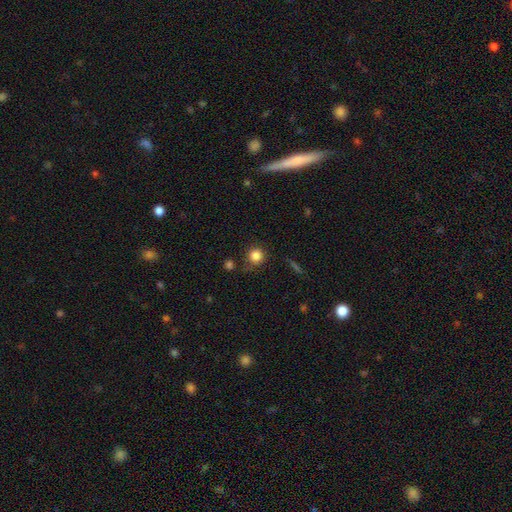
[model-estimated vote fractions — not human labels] The model was most divided on "merging": none: 74%, minor disturbance: 16%, major disturbance: 6%, merger: 5%. More confident: how rounded — round (92%); smooth or featured — smooth (84%).